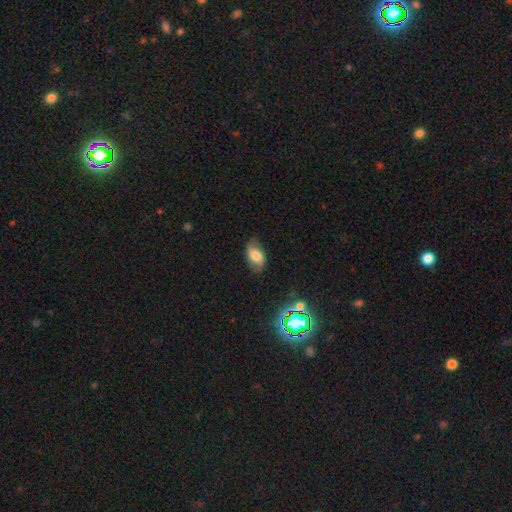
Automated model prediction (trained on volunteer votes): Morphology: type=smooth (62%); roundness=in between (90%); merging=none (75%).